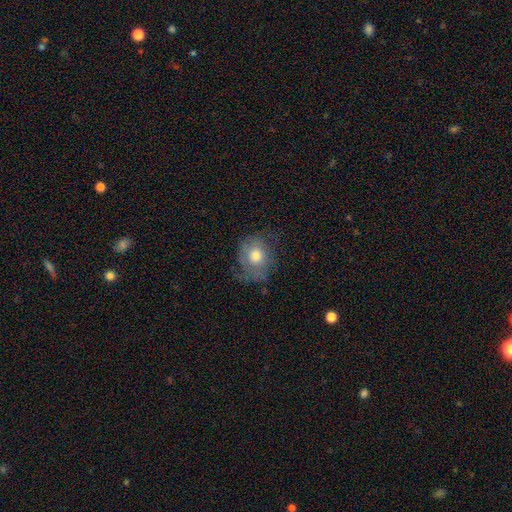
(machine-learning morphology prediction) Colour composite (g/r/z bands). It shows a smooth galaxy with no disk features (56%) that is round (73%). Merging: none (58%).